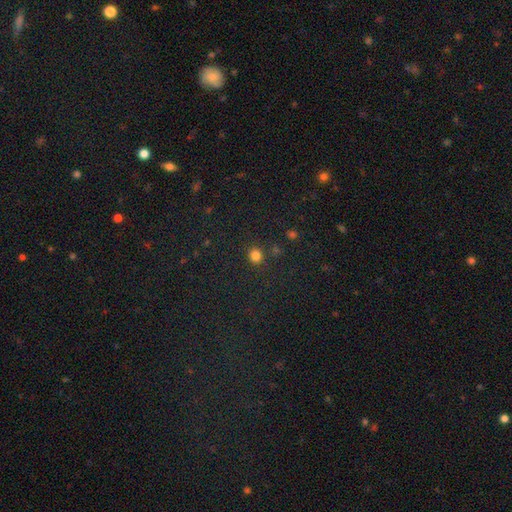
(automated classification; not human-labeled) Morphology: type=smooth (81%); roundness=round (89%); merging=none (87%).